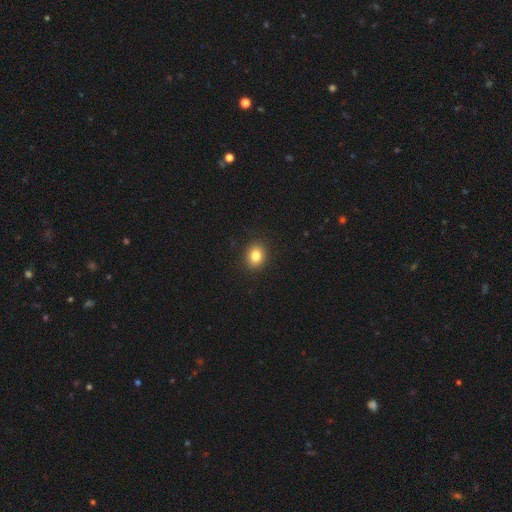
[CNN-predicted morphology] Smooth or featured: smooth — 83% (star or artifact — 11%)
How rounded: round — 61% (in between — 38%)
Merging: none — 91% (minor disturbance — 6%)